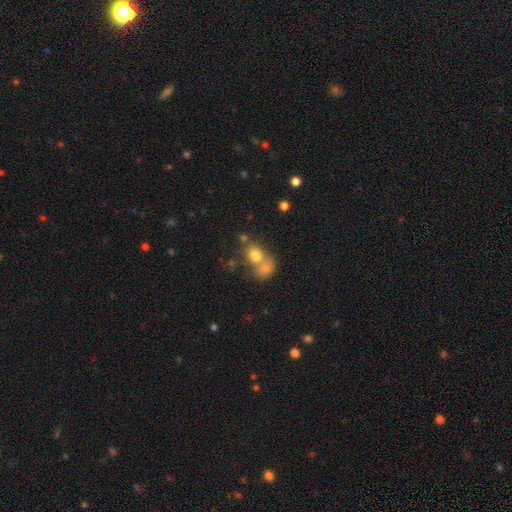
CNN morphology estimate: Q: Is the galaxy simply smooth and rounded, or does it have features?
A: smooth — 74%.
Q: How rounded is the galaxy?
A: in between — 55%.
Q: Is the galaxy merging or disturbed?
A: merger — 56%.